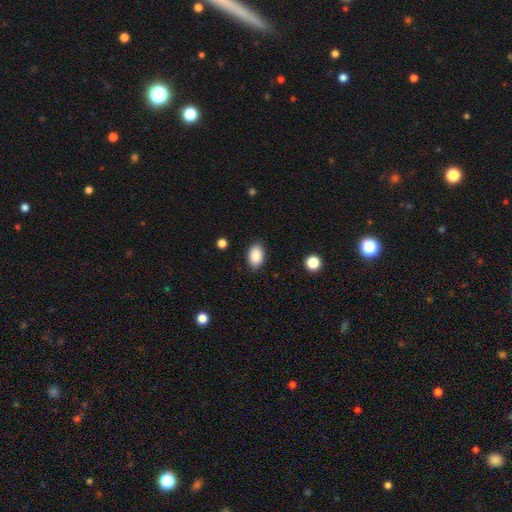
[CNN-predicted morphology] This is clearly a smooth galaxy (89%). How rounded: clearly in between (89%). Merging: clearly none (87%).